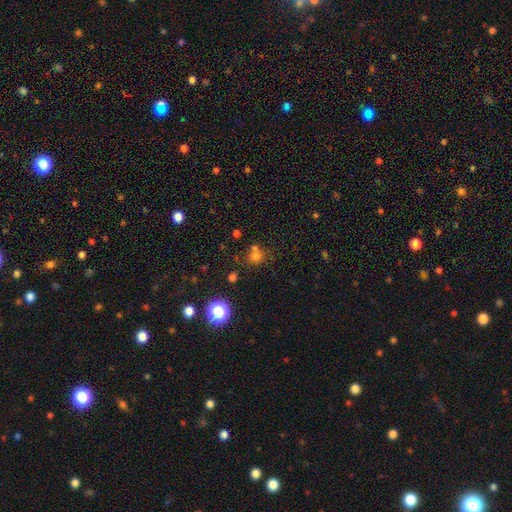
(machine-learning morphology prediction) Smooth or featured?
  - smooth: 67% *
  - star or artifact: 24%
  - featured or disk: 10%
How rounded?
  - round: 80% *
  - in between: 19%
  - cigar-shaped: 1%
Merging?
  - none: 55% *
  - merger: 30%
  - minor disturbance: 10%
  - major disturbance: 4%